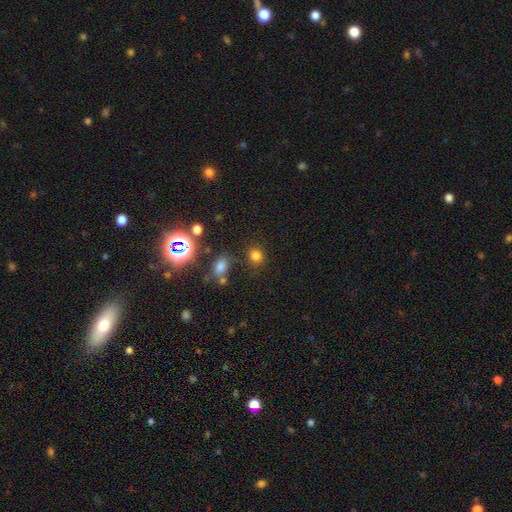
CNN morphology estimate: Overall: smooth (73%). How rounded: round (76%). Merging: none (79%).